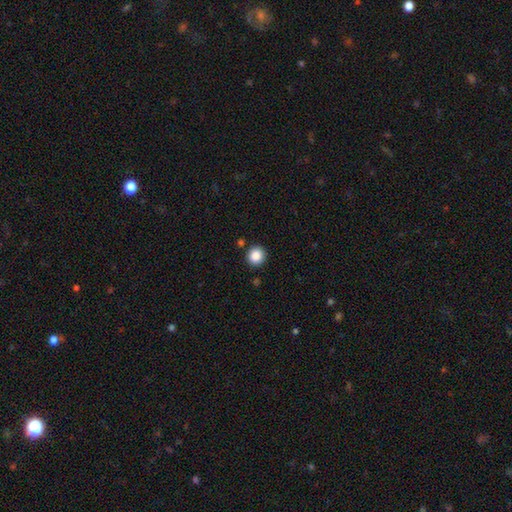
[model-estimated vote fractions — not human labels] smooth 87%, star or artifact 9%, featured or disk 4%. Down the decision tree: how rounded — round (92%); merging — none (90%).